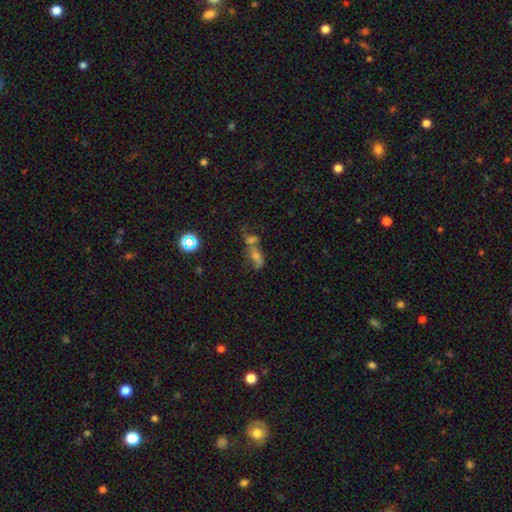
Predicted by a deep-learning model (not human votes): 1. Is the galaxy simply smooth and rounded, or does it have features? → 39% smooth, 33% featured or disk, 28% star or artifact.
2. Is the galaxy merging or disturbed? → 47% merger, 28% none, 14% major disturbance, 11% minor disturbance.